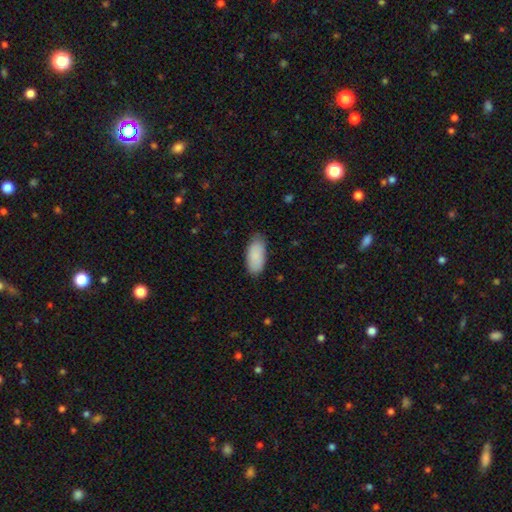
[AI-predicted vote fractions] Q: Smooth or featured?
A: smooth (88%); runner-up: star or artifact (6%)
Q: How rounded?
A: in between (91%); runner-up: cigar-shaped (7%)
Q: Merging?
A: none (78%); runner-up: minor disturbance (18%)